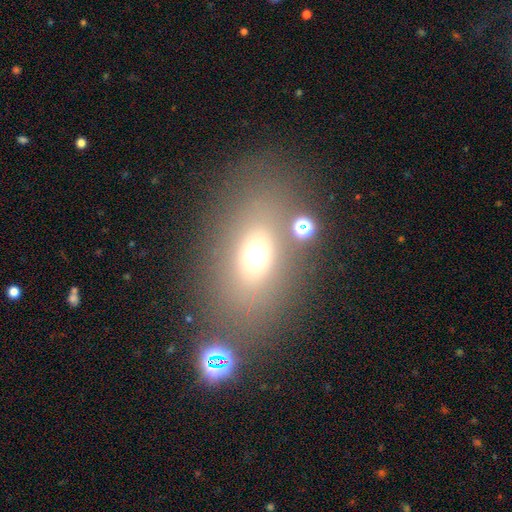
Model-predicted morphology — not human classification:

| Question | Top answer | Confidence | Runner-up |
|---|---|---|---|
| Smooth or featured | smooth | 65% | star or artifact (19%) |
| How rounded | in between | 71% | round (25%) |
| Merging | none | 72% | minor disturbance (11%) |